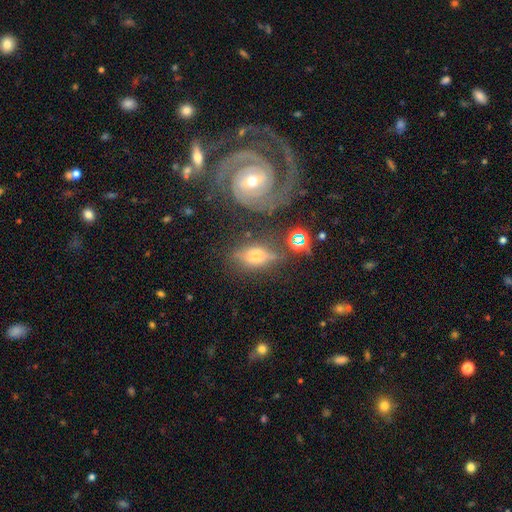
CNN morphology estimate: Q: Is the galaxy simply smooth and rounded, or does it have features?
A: featured or disk — 59%.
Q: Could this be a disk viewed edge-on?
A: no — 77%.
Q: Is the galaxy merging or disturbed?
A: none — 53%.